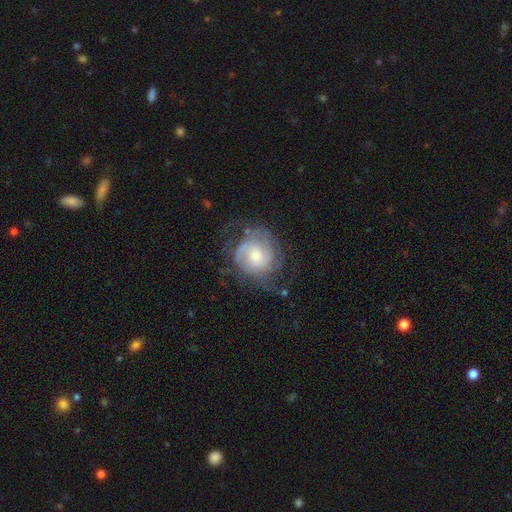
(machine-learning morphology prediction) Smooth or featured? featured or disk (76%)
Edge-on disk? no (98%)
Bar? no (71%)
Spiral arms? yes (92%)
Spiral winding? tight (52%)
Spiral arm count? can't tell (32%, tied with 2)
Bulge size? small (47%)
Merging? none (61%)